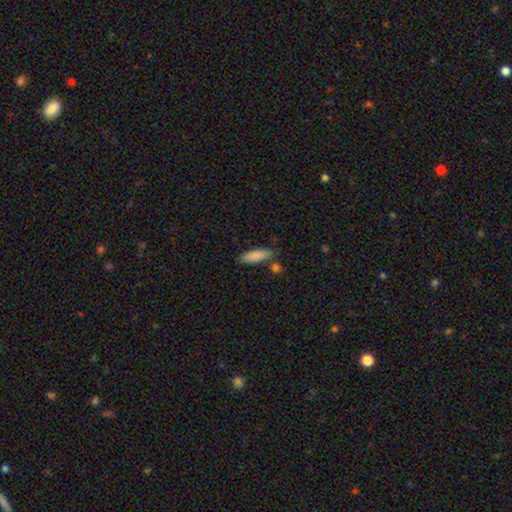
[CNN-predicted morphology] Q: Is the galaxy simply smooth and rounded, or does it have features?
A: smooth — 85%.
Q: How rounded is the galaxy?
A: cigar-shaped — 51%.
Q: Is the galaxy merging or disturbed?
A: none — 77%.